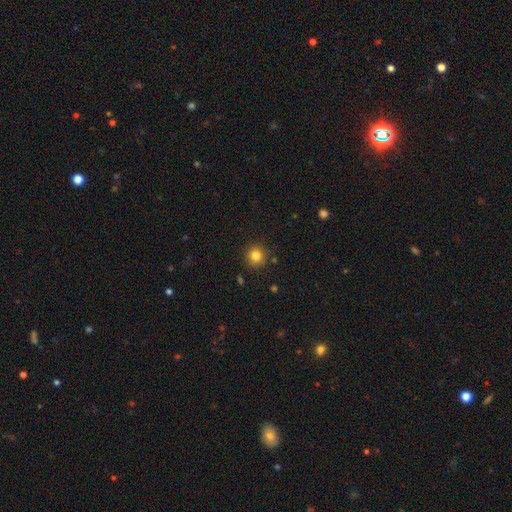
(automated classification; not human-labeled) The model was most divided on "smooth or featured": smooth: 82%, star or artifact: 12%, featured or disk: 6%. More confident: how rounded — round (94%); merging — none (89%).